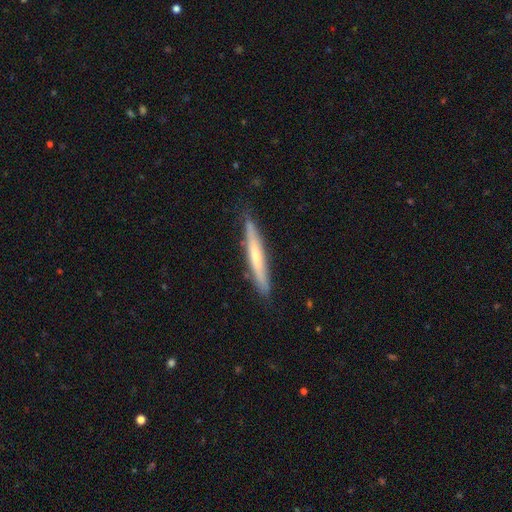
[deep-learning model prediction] Smooth or featured? featured or disk (47%, tied with smooth)
Merging? none (84%)